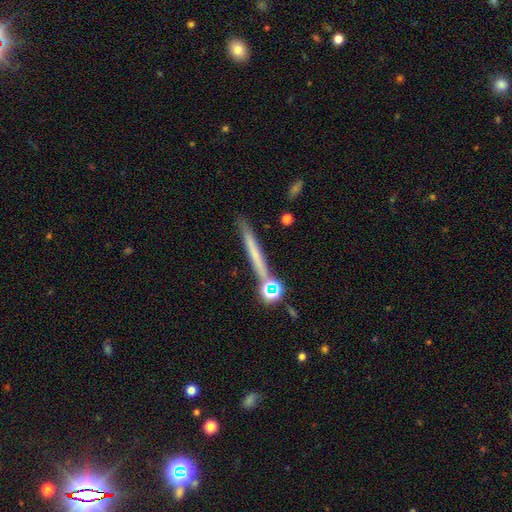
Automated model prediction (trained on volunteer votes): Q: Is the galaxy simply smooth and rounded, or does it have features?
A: smooth — 48%.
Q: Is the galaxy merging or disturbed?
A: none — 73%.